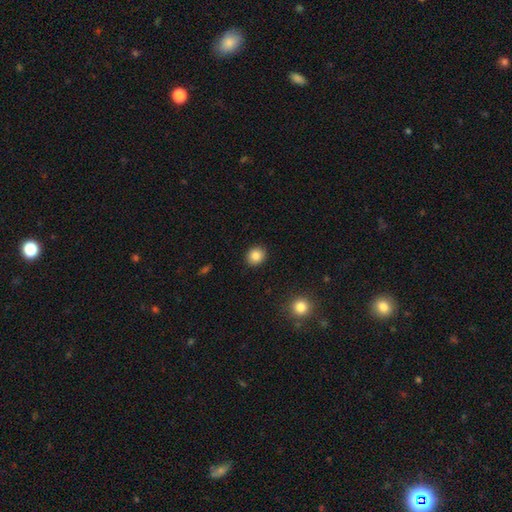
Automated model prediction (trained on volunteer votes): A smooth galaxy with no disk features (85%) that is round (77%).

Vote fractions:
- Smooth or featured? smooth: 85% / star or artifact: 10% / featured or disk: 6%
- How rounded? round: 77% / in between: 23% / cigar-shaped: 1%
- Merging? none: 91% / minor disturbance: 6% / major disturbance: 2% / merger: 1%